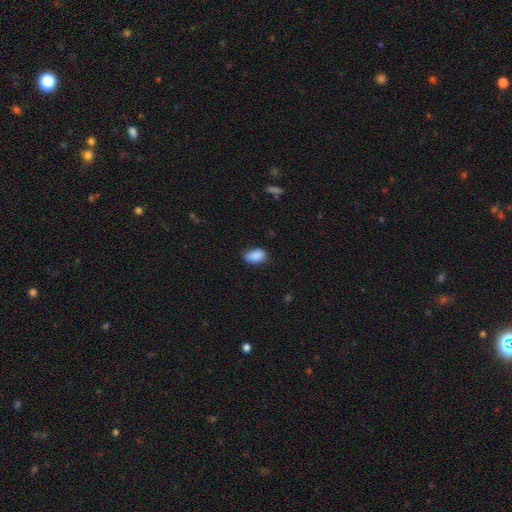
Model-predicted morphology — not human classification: smooth_or_featured: smooth (p=0.89) [alt: star or artifact p=0.08]
how_rounded: in between (p=0.91) [alt: round p=0.07]
merging: none (p=0.75) [alt: minor disturbance p=0.20]